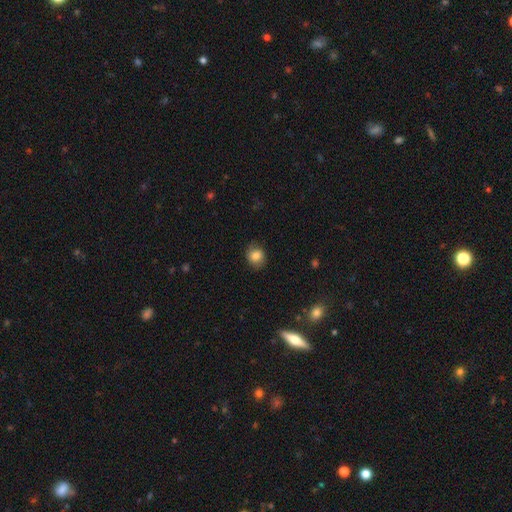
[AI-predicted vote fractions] Morphology: type=smooth (81%); roundness=round (69%); merging=none (82%).